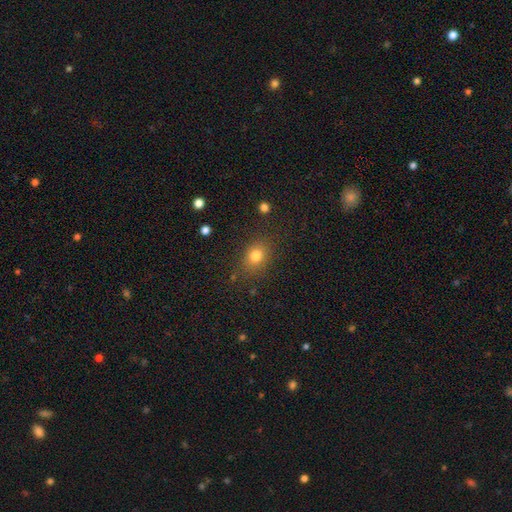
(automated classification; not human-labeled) Morphology: type=smooth (78%); roundness=in between (50%); merging=none (82%).